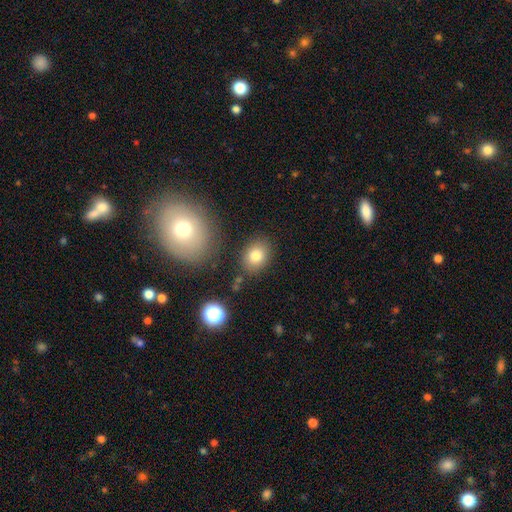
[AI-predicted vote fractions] This appears to be a smooth galaxy with no disk features (81%) that is in between round and cigar-shaped (58%). Merging: none (81%).